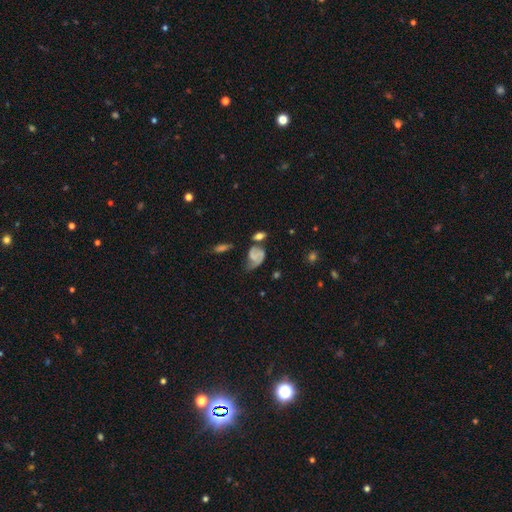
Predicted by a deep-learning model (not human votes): Overall: featured or disk (45%; smooth 44%). Merging: major disturbance (29%, tied with none).